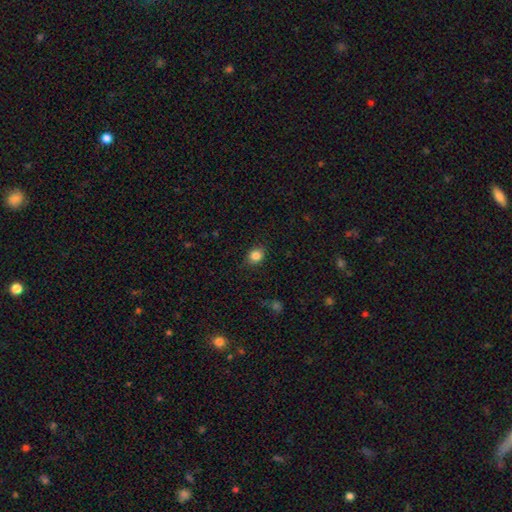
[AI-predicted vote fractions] Smooth or featured?
  - smooth: 85% *
  - star or artifact: 10%
  - featured or disk: 5%
How rounded?
  - round: 57% *
  - in between: 42%
  - cigar-shaped: 1%
Merging?
  - none: 85% *
  - minor disturbance: 11%
  - major disturbance: 3%
  - merger: 1%